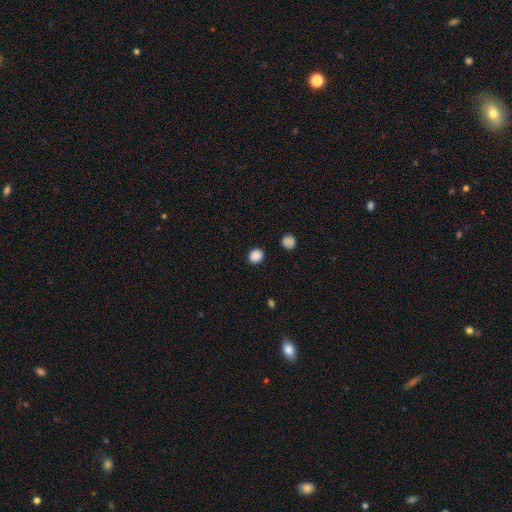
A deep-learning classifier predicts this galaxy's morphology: smooth-or-featured: smooth: 87% | star or artifact: 10% | featured or disk: 3%
  how-rounded: round: 77% | in between: 22% | cigar-shaped: 1%
  merging: none: 89% | minor disturbance: 7% | major disturbance: 2% | merger: 2%